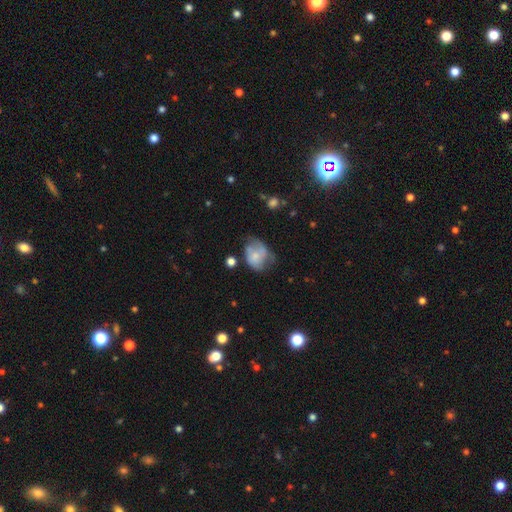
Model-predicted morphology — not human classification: type=smooth (56%); roundness=in between (62%); merging=minor disturbance (34%).